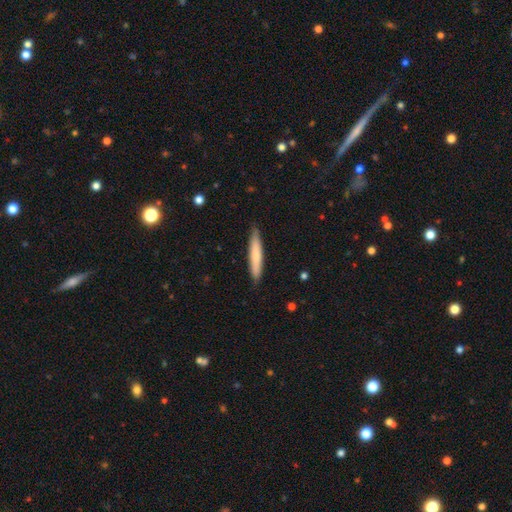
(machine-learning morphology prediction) Smooth or featured?
  - smooth: 73% *
  - featured or disk: 22%
  - star or artifact: 5%
How rounded?
  - cigar-shaped: 92% *
  - in between: 7%
  - round: 1%
Merging?
  - none: 87% *
  - minor disturbance: 10%
  - major disturbance: 2%
  - merger: 1%